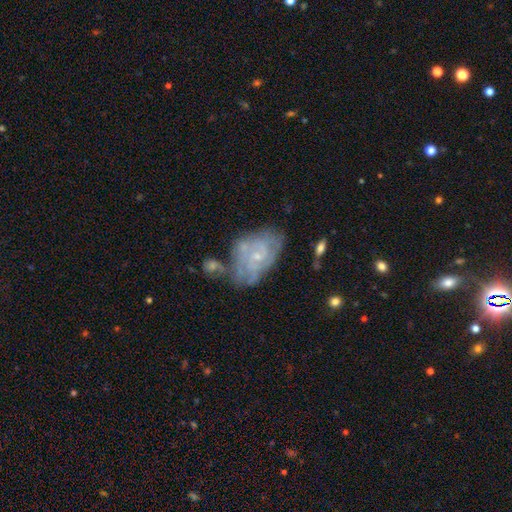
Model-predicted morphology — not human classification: smooth_or_featured: featured or disk (p=0.73) [alt: smooth p=0.19]
disk_edge_on: no (p=0.96) [alt: yes p=0.04]
bar: no (p=0.72) [alt: weak p=0.24]
has_spiral_arms: yes (p=0.76) [alt: no p=0.24]
spiral_winding: tight (p=0.61) [alt: medium p=0.29]
spiral_arm_count: can't tell (p=0.54) [alt: 2 p=0.19]
bulge_size: small (p=0.73) [alt: moderate p=0.22]
merging: none (p=0.47) [alt: minor disturbance p=0.25]